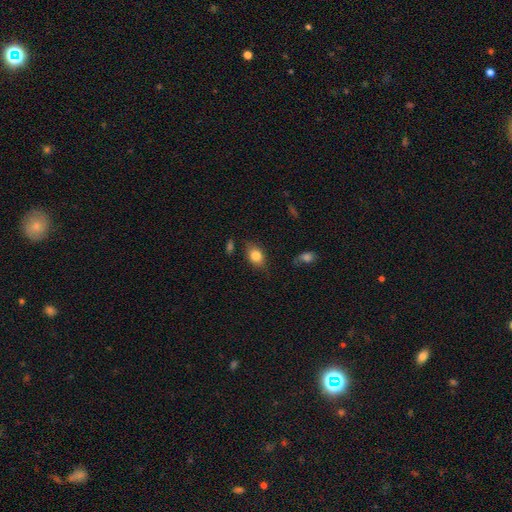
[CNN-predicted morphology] This appears to be a smooth galaxy with no disk features (80%) that is in between round and cigar-shaped (78%). Merging: none (74%).